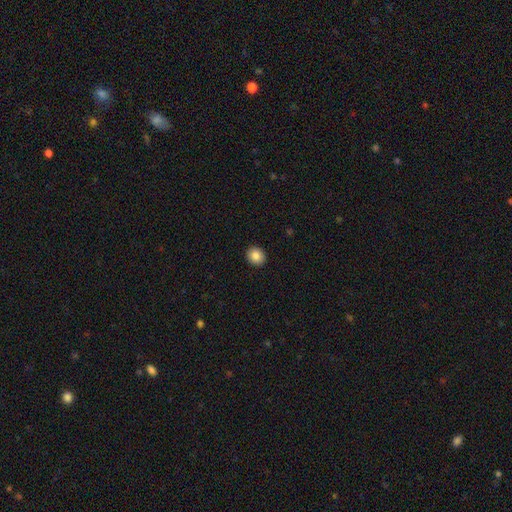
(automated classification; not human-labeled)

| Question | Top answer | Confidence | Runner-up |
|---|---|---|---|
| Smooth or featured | smooth | 85% | star or artifact (9%) |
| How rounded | round | 77% | in between (23%) |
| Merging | none | 92% | minor disturbance (5%) |